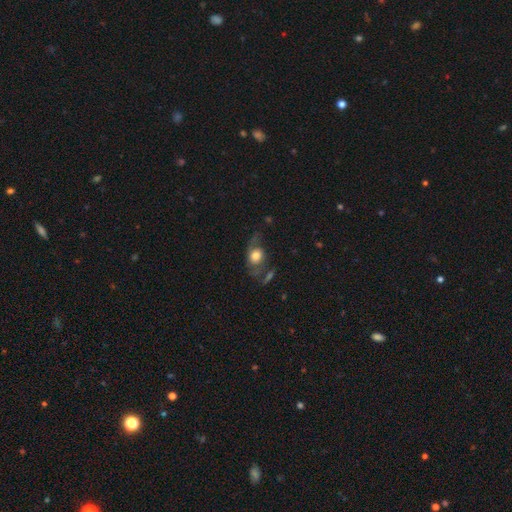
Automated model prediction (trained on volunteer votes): smooth_or_featured: smooth (p=0.53) [alt: featured or disk p=0.38]
how_rounded: in between (p=0.51) [alt: round p=0.46]
merging: none (p=0.44) [alt: major disturbance p=0.25]